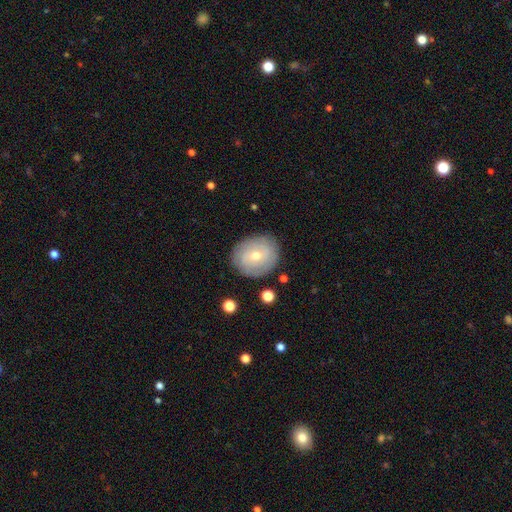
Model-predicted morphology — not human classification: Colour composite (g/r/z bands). It shows a featured or disk galaxy (52%) with no bar (68%), spiral arms (67%) and a small central bulge (54%). Merging: none (84%).